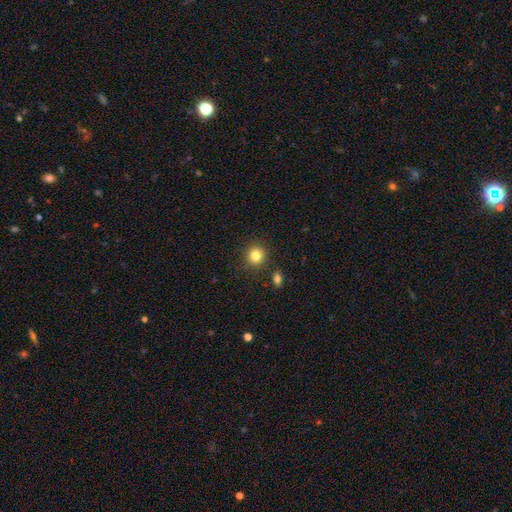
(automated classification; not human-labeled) The model was most divided on "smooth or featured": smooth: 83%, star or artifact: 11%, featured or disk: 6%. More confident: how rounded — round (91%); merging — none (88%).